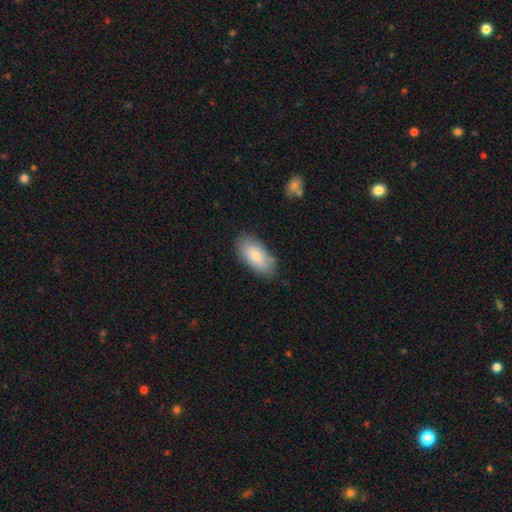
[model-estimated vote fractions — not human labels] Smooth or featured?
  - smooth: 81% *
  - featured or disk: 13%
  - star or artifact: 6%
How rounded?
  - in between: 93% *
  - cigar-shaped: 5%
  - round: 2%
Merging?
  - none: 81% *
  - minor disturbance: 14%
  - major disturbance: 3%
  - merger: 2%